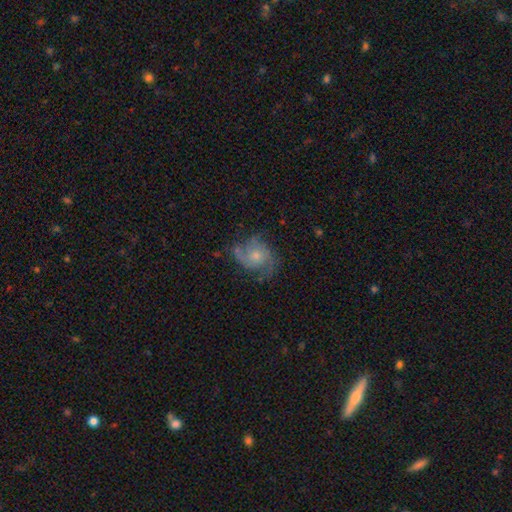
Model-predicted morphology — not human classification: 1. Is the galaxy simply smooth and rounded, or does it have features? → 68% featured or disk, 24% smooth, 8% star or artifact.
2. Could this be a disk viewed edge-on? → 98% no, 2% yes.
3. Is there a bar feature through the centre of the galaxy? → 78% no, 20% weak, 3% strong.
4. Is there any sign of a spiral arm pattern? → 88% yes, 12% no.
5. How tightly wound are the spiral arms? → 46% medium, 33% loose, 21% tight.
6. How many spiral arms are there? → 44% 2, 21% 3, 19% can't tell, 7% 1, 5% 4, 4% more than 4.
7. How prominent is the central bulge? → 52% small, 38% moderate, 5% none, 4% large, 1% dominant.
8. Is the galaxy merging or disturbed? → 57% none, 23% minor disturbance, 17% major disturbance, 3% merger.